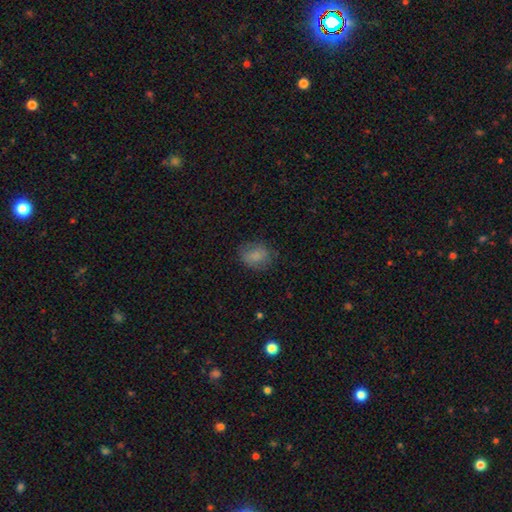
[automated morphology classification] smooth_or_featured: smooth (p=0.79) [alt: featured or disk p=0.11]
how_rounded: in between (p=0.57) [alt: round p=0.42]
merging: none (p=0.72) [alt: minor disturbance p=0.19]